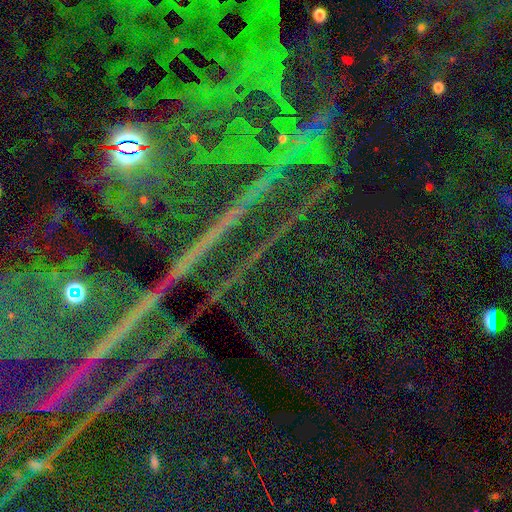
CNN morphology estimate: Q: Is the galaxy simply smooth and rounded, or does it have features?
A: star or artifact — 84%.